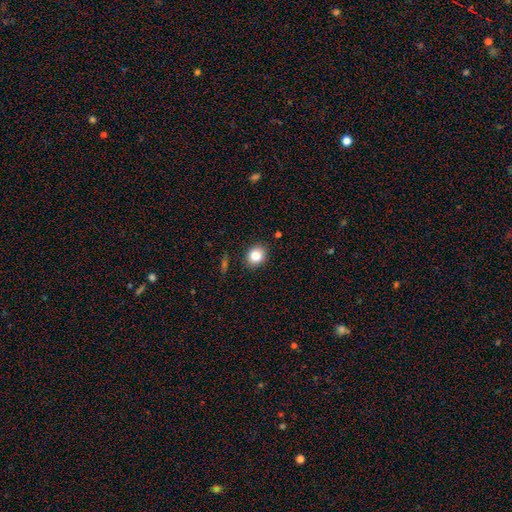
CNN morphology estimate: Smooth or featured?
  - smooth: 84% *
  - star or artifact: 10%
  - featured or disk: 6%
How rounded?
  - round: 67% *
  - in between: 32%
  - cigar-shaped: 1%
Merging?
  - none: 88% *
  - minor disturbance: 9%
  - major disturbance: 2%
  - merger: 1%